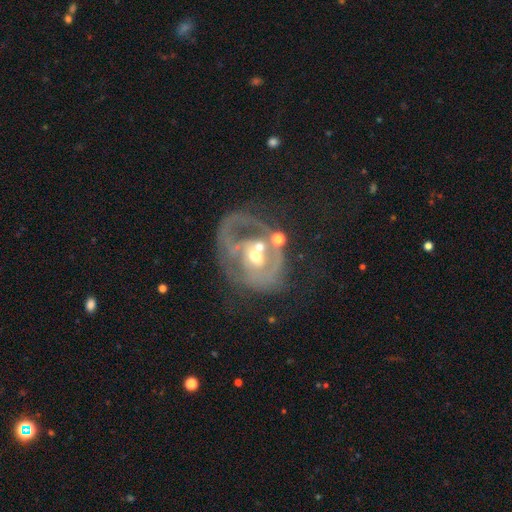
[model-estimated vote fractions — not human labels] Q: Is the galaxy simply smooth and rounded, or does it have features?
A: featured or disk — 73%.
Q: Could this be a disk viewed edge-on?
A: no — 97%.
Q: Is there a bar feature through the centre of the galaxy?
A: no — 69%.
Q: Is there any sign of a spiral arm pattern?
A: yes — 57%.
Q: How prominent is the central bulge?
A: moderate — 61%.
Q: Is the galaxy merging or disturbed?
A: none — 31%.